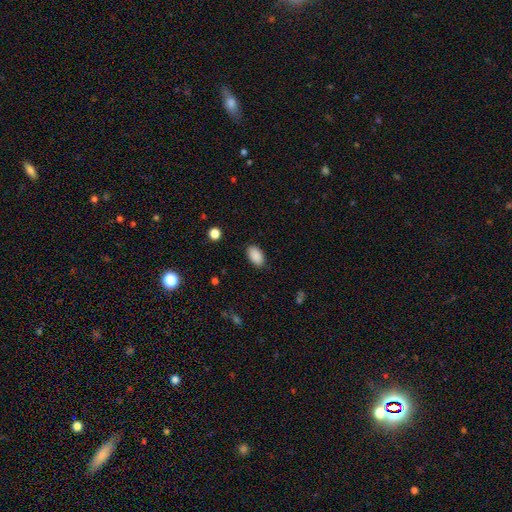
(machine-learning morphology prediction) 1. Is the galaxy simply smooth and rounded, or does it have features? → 90% smooth, 7% star or artifact, 3% featured or disk.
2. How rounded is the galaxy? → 94% in between, 5% round, 1% cigar-shaped.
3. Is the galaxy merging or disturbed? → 87% none, 9% minor disturbance, 2% major disturbance, 1% merger.